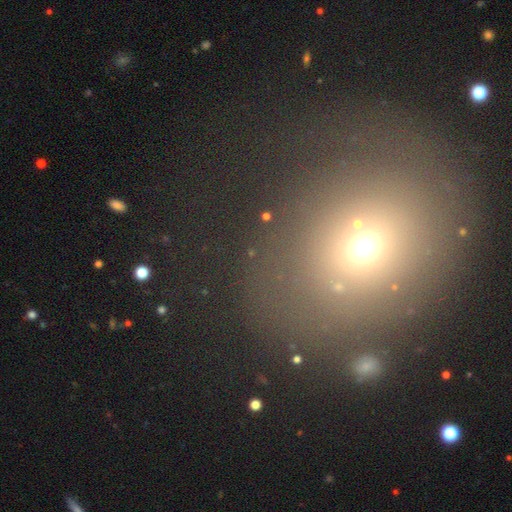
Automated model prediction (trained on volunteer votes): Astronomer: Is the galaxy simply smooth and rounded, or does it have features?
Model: smooth — 56%.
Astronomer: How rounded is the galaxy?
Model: round — 69%.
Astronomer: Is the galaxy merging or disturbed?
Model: none — 66%.